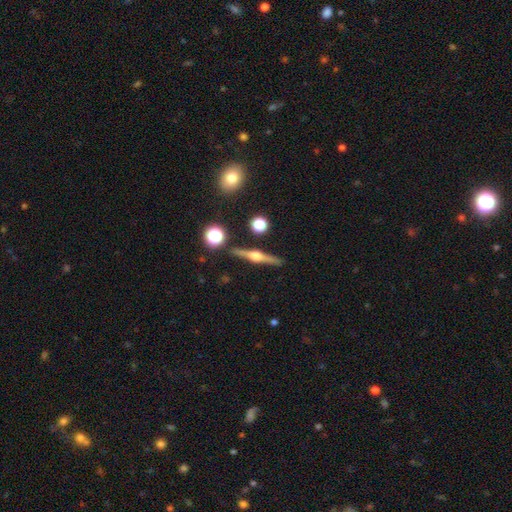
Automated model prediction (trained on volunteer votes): Smooth or featured? Predicted: featured or disk (p=0.78). Edge-on disk? Predicted: yes (p=0.98). Edge-on bulge? Predicted: rounded (p=0.92). Merging? Predicted: none (p=0.90).